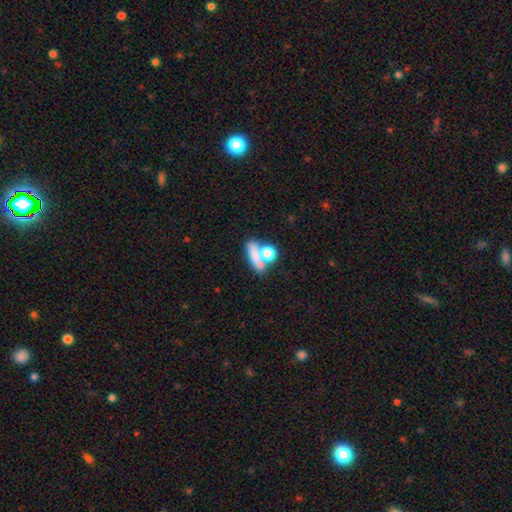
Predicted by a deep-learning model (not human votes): This is likely a smooth galaxy (70%). How rounded: possibly in between (51%). Merging: marginally merger (41%).